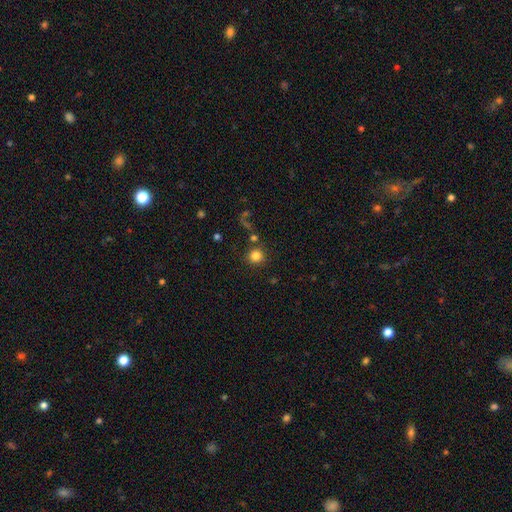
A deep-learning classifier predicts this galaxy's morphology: smooth_or_featured: smooth (p=0.82) [alt: star or artifact p=0.12]
how_rounded: round (p=0.91) [alt: in between p=0.08]
merging: none (p=0.81) [alt: minor disturbance p=0.08]